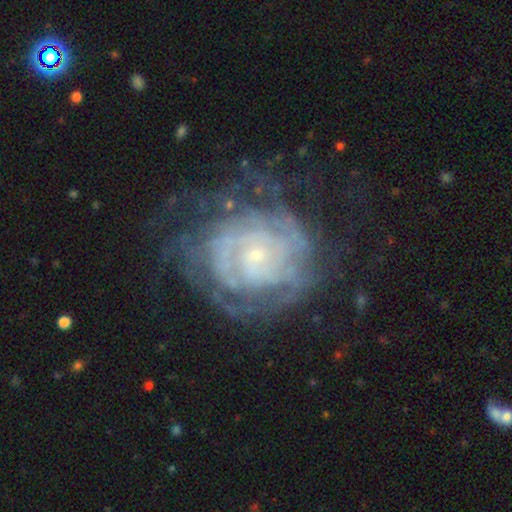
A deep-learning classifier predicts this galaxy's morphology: featured or disk 82%, smooth 10%, star or artifact 8%. Down the decision tree: edge-on disk — no (97%); bar — no (73%); spiral arms — yes (89%); spiral arm count — can't tell (48%); spiral winding — tight (74%); bulge size — small (78%); merging — none (66%).